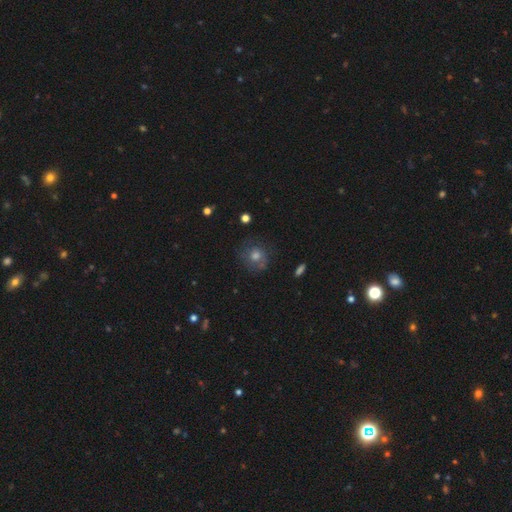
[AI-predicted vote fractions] A smooth galaxy with no disk features (54%) that is round (83%).

Vote fractions:
- Smooth or featured? smooth: 54% / featured or disk: 29% / star or artifact: 18%
- How rounded? round: 83% / in between: 16% / cigar-shaped: 1%
- Merging? none: 70% / minor disturbance: 19% / major disturbance: 9% / merger: 2%